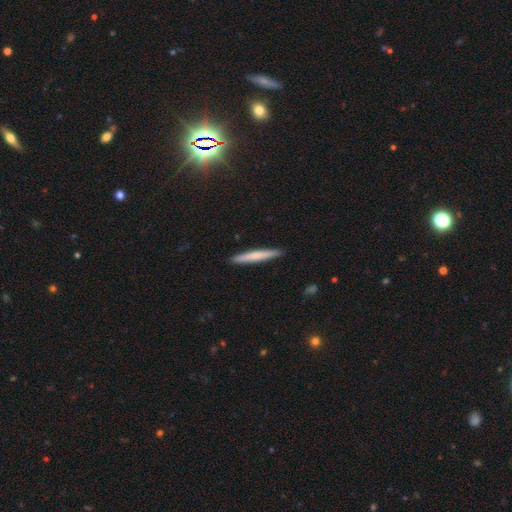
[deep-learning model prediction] Q: Smooth or featured?
A: smooth (61%); runner-up: featured or disk (33%)
Q: How rounded?
A: cigar-shaped (96%); runner-up: in between (3%)
Q: Merging?
A: none (92%); runner-up: minor disturbance (6%)